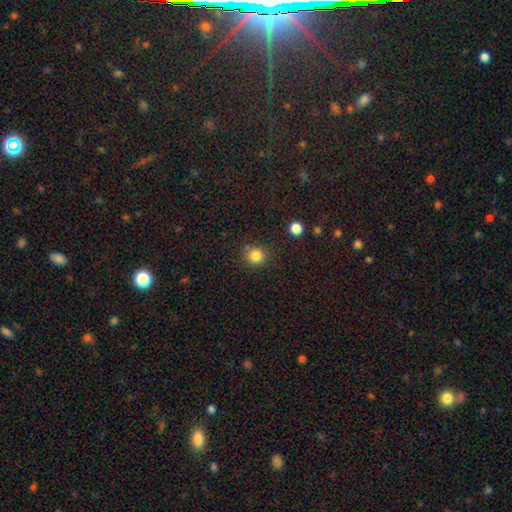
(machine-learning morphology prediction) This is clearly a smooth galaxy (83%). How rounded: clearly round (89%). Merging: likely none (78%).